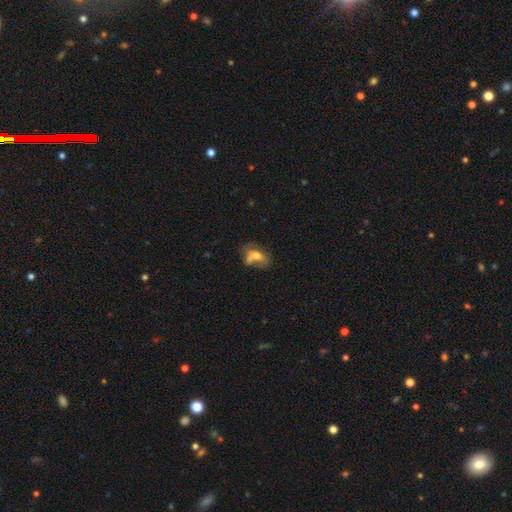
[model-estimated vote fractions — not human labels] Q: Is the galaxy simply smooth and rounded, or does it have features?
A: smooth — 54%.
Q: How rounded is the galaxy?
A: in between — 80%.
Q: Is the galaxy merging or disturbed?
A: none — 31%.